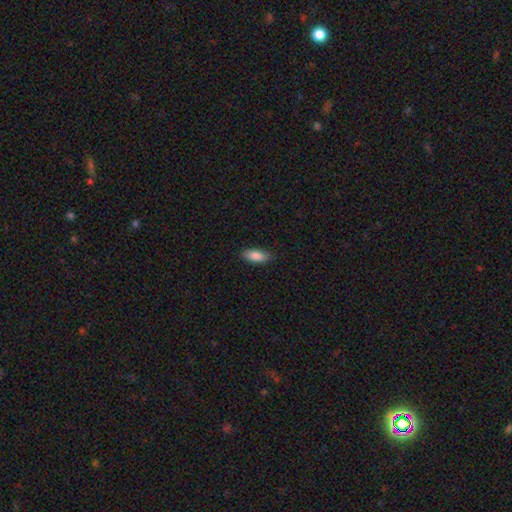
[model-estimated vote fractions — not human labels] Smooth or featured? smooth (87%)
How rounded? in between (78%)
Merging? none (84%)